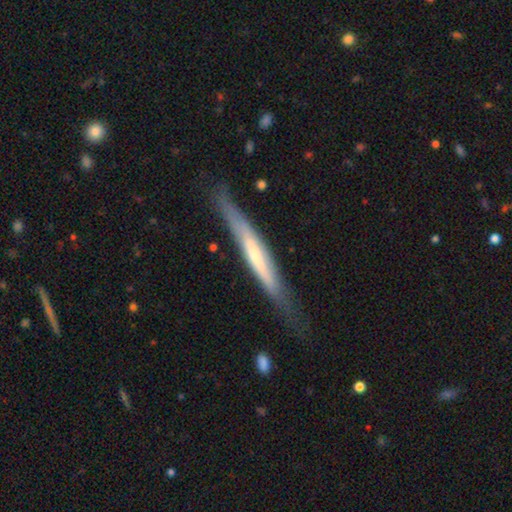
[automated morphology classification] A featured or disk galaxy (55%) viewed edge-on (88%).

Vote fractions:
- Smooth or featured? featured or disk: 55% / smooth: 39% / star or artifact: 5%
- Edge-on disk? yes: 88% / no: 12%
- Merging? none: 71% / minor disturbance: 21% / major disturbance: 6% / merger: 2%